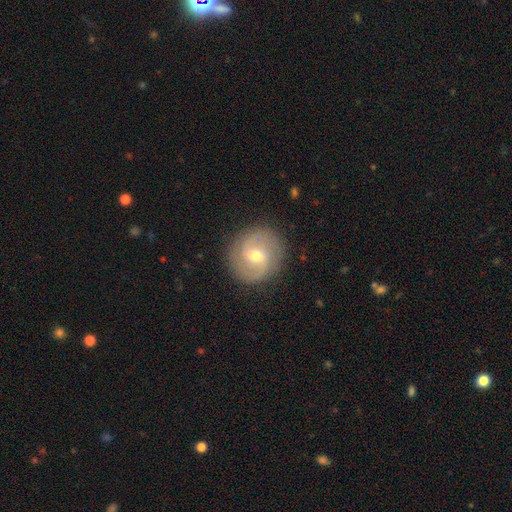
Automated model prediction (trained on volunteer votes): This is likely a featured or disk galaxy (75%). It is clearly not viewed edge-on (97%). Bar: possibly weak (57%). Spiral arm pattern: clearly yes (89%). Spiral arm count: clearly 2 (83%). Spiral winding: possibly medium (46%). Central bulge: possibly moderate (58%). Merging: clearly none (86%).